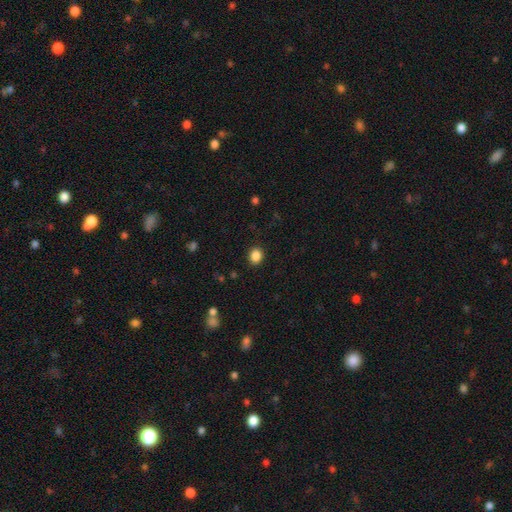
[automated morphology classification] Smooth or featured? Predicted: smooth (p=0.87). How rounded? Predicted: round (p=0.64). Merging? Predicted: none (p=0.90).